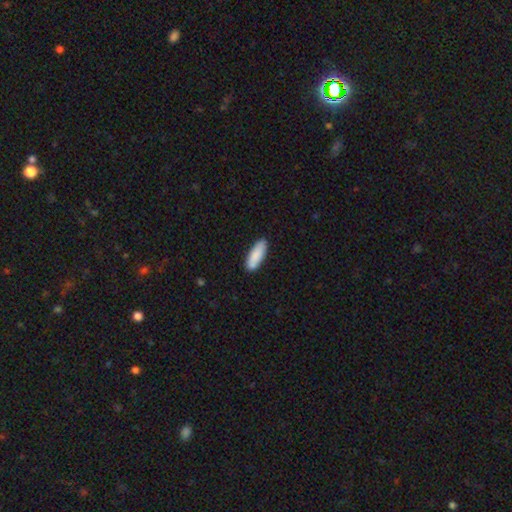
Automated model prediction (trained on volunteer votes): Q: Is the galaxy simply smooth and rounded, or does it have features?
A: smooth — 87%.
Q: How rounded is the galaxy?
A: in between — 61%.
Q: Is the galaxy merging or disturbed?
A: none — 85%.